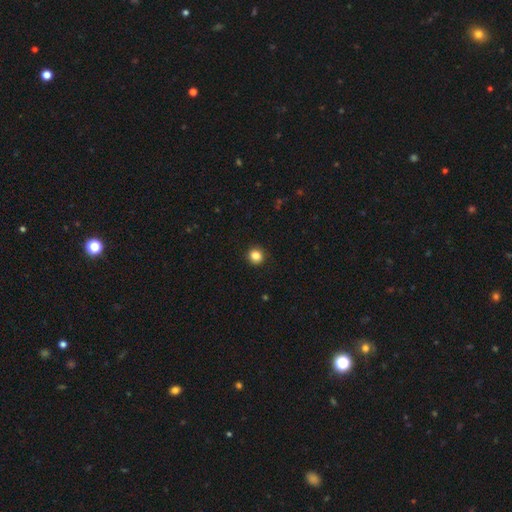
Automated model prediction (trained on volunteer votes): A smooth galaxy with no disk features (85%) that is round (91%).

Vote fractions:
- Smooth or featured? smooth: 85% / star or artifact: 11% / featured or disk: 4%
- How rounded? round: 91% / in between: 8% / cigar-shaped: 1%
- Merging? none: 92% / minor disturbance: 5% / major disturbance: 2% / merger: 1%